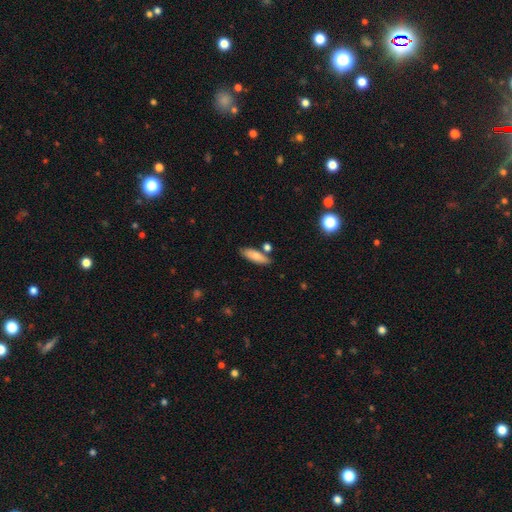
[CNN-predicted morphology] smooth 80%, featured or disk 13%, star or artifact 7%. Down the decision tree: how rounded — in between (57%); merging — none (76%).